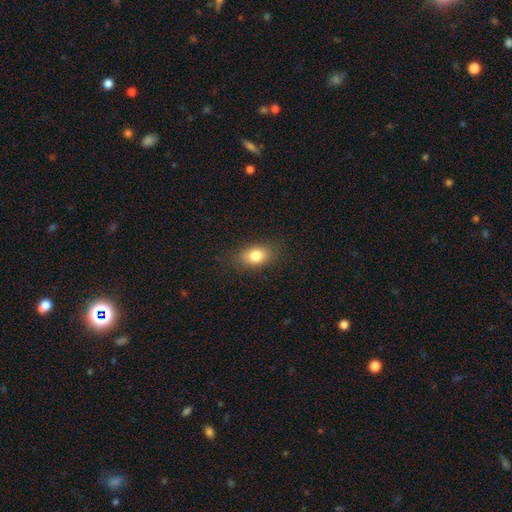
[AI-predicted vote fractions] Overall: smooth (81%). How rounded: in between (82%). Merging: none (85%).